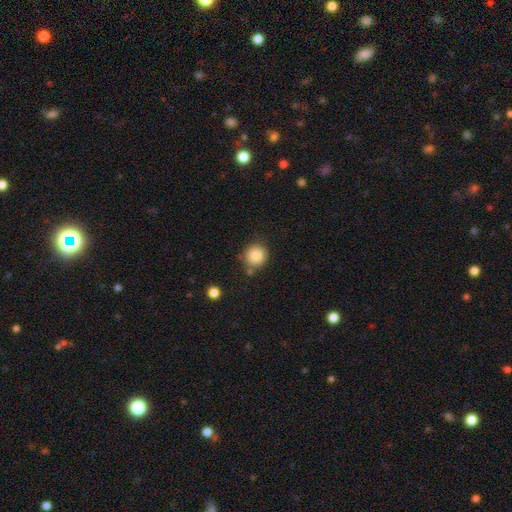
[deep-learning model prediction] The model was most divided on "merging": none: 76%, minor disturbance: 13%, merger: 7%, major disturbance: 4%. More confident: how rounded — round (92%); smooth or featured — smooth (85%).